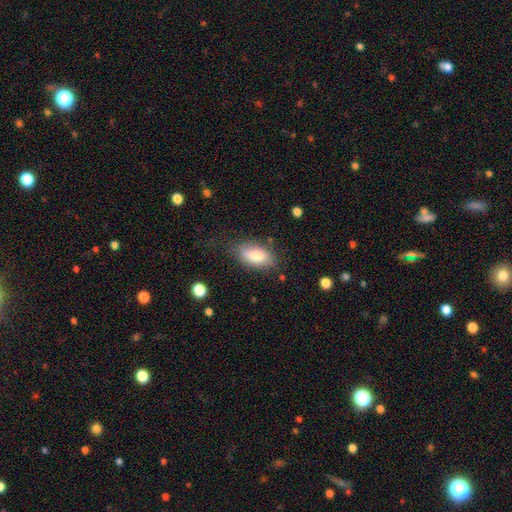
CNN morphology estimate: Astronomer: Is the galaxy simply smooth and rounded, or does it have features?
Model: smooth — 79%.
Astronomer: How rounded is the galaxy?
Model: in between — 90%.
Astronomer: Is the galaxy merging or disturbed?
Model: none — 72%.